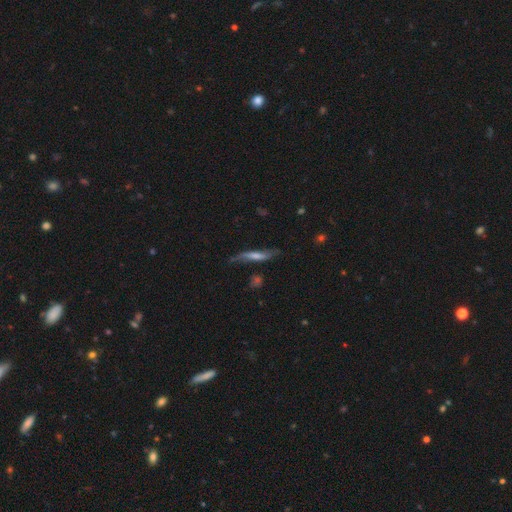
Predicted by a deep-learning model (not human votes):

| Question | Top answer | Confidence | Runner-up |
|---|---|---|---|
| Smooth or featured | featured or disk | 53% | smooth (41%) |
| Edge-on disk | yes | 63% | no (37%) |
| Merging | none | 61% | minor disturbance (26%) |